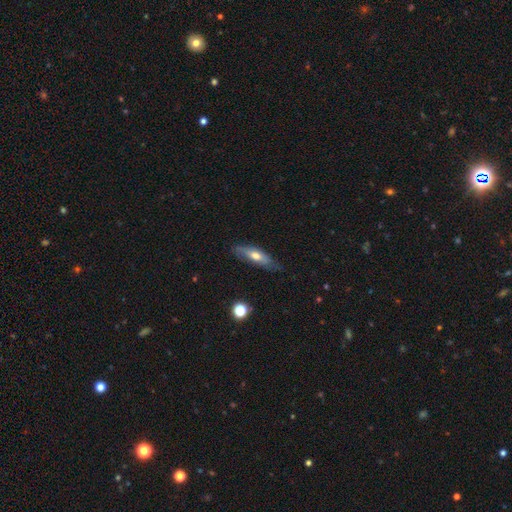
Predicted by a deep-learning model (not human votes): Smooth or featured?
  - smooth: 51% *
  - featured or disk: 43%
  - star or artifact: 7%
How rounded?
  - cigar-shaped: 52% *
  - in between: 46%
  - round: 3%
Merging?
  - none: 68% *
  - minor disturbance: 24%
  - major disturbance: 6%
  - merger: 2%